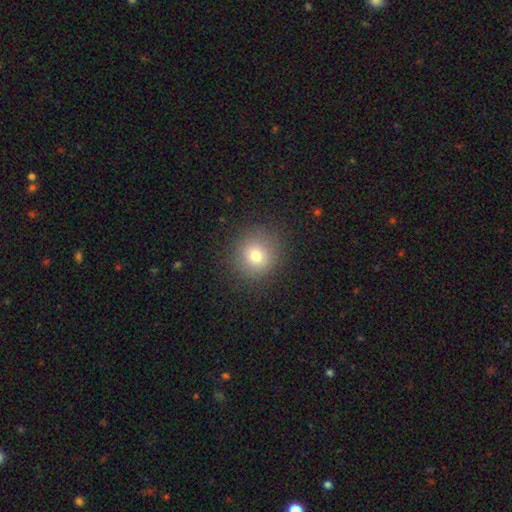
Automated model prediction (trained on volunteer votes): The model was most divided on "smooth or featured": smooth: 75%, star or artifact: 14%, featured or disk: 10%. More confident: how rounded — round (91%); merging — none (87%).